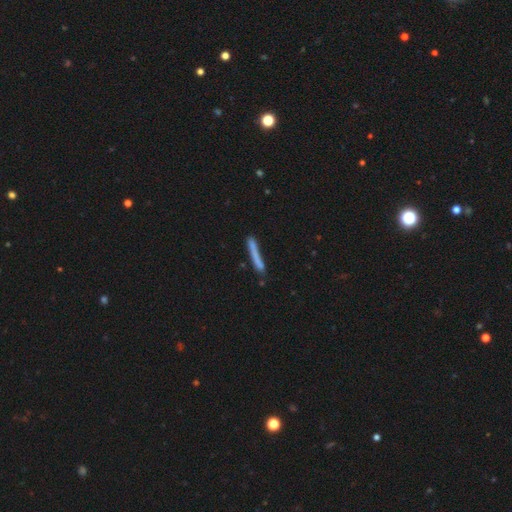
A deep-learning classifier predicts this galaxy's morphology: smooth 67%, featured or disk 25%, star or artifact 7%. Down the decision tree: how rounded — cigar-shaped (96%); merging — none (72%).